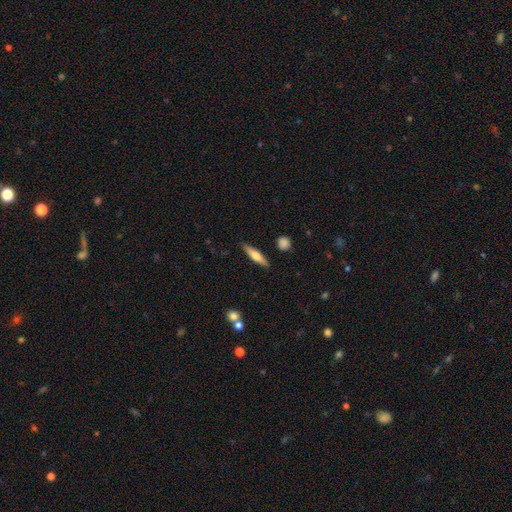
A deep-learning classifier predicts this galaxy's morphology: Q: Smooth or featured?
A: smooth (53%); runner-up: featured or disk (41%)
Q: How rounded?
A: cigar-shaped (77%); runner-up: in between (21%)
Q: Merging?
A: none (87%); runner-up: minor disturbance (9%)